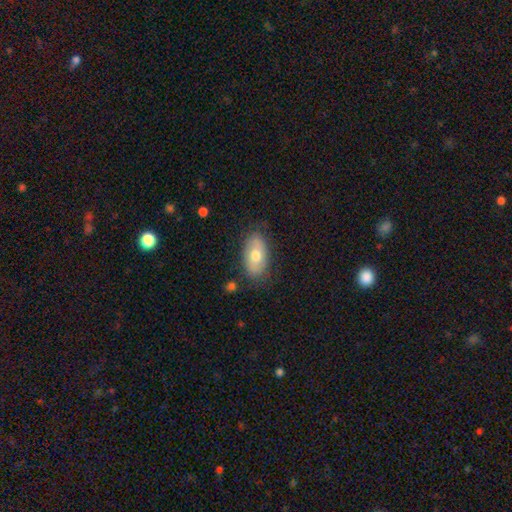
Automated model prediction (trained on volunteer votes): The model was most divided on "smooth or featured": smooth: 68%, featured or disk: 26%, star or artifact: 6%. More confident: how rounded — in between (93%); merging — none (79%).